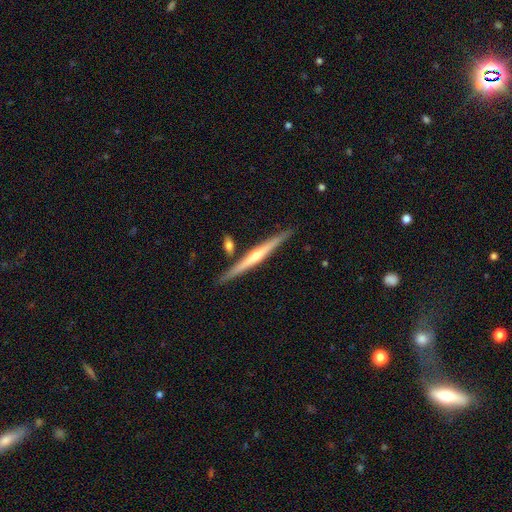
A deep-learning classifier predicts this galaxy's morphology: Smooth or featured?
  - featured or disk: 74% *
  - smooth: 21%
  - star or artifact: 5%
Edge-on disk?
  - yes: 98% *
  - no: 2%
Edge-on bulge?
  - rounded: 78% *
  - none: 18%
  - boxy: 4%
Merging?
  - none: 86% *
  - minor disturbance: 8%
  - merger: 5%
  - major disturbance: 2%